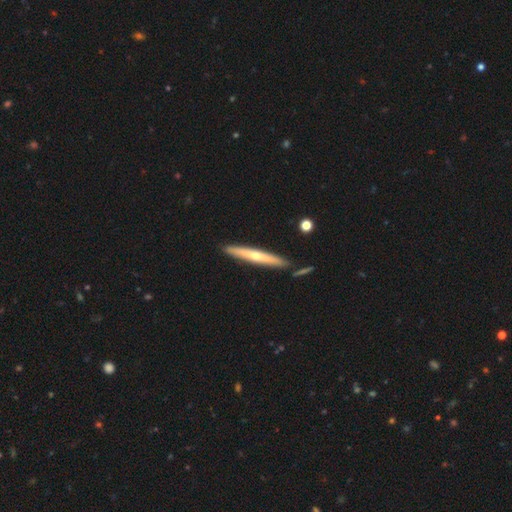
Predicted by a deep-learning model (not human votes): smooth-or-featured: featured or disk: 65% | smooth: 29% | star or artifact: 6%
  disk-edge-on: yes: 94% | no: 6%
    edge-on-bulge: rounded: 69% | none: 26% | boxy: 5%
  merging: none: 81% | minor disturbance: 13% | merger: 3% | major disturbance: 2%